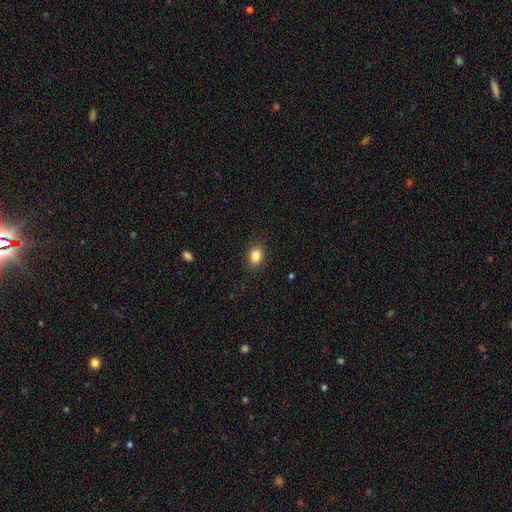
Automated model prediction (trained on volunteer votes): A smooth galaxy with no disk features (85%) that is in between round and cigar-shaped (70%).

Vote fractions:
- Smooth or featured? smooth: 85% / star or artifact: 9% / featured or disk: 5%
- How rounded? in between: 70% / round: 29% / cigar-shaped: 1%
- Merging? none: 89% / minor disturbance: 8% / major disturbance: 2% / merger: 1%